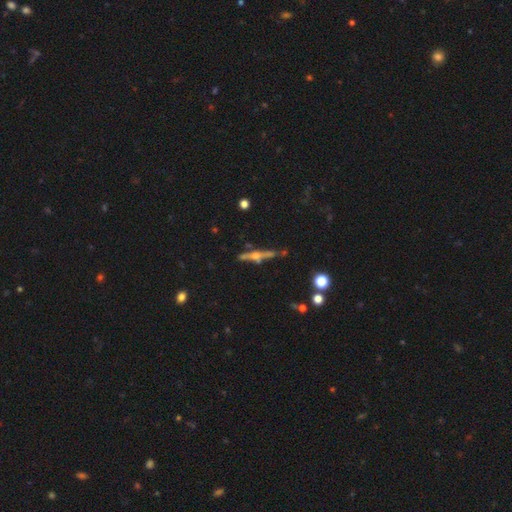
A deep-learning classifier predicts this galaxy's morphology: smooth_or_featured: featured or disk (p=0.71) [alt: smooth p=0.19]
disk_edge_on: yes (p=0.95) [alt: no p=0.05]
edge_on_bulge: rounded (p=0.86) [alt: none p=0.07]
merging: none (p=0.74) [alt: minor disturbance p=0.14]